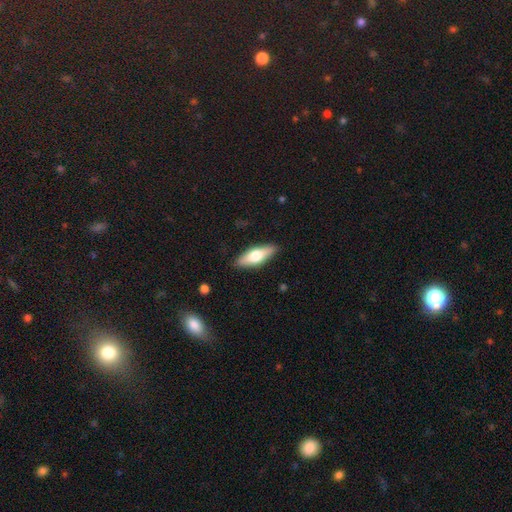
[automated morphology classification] This appears to be a smooth galaxy with no disk features (59%) that is in between round and cigar-shaped (60%). Merging: none (88%).